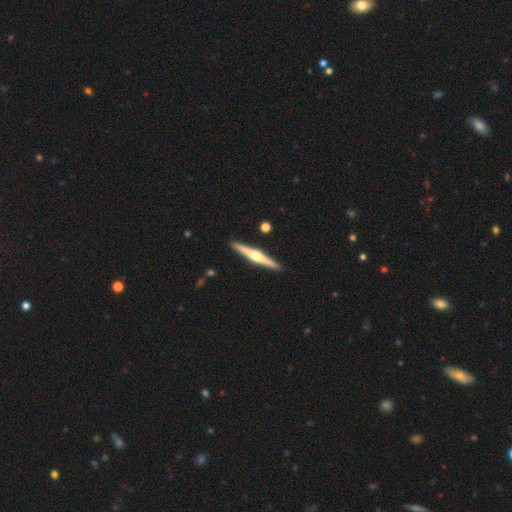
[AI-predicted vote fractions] smooth_or_featured: featured or disk (p=0.72) [alt: smooth p=0.24]
disk_edge_on: yes (p=0.98) [alt: no p=0.02]
edge_on_bulge: rounded (p=0.87) [alt: boxy p=0.09]
merging: none (p=0.91) [alt: minor disturbance p=0.06]